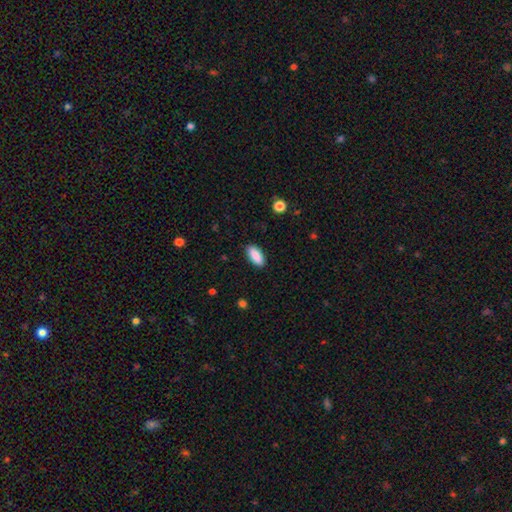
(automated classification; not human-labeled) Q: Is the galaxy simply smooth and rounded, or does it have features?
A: smooth — 89%.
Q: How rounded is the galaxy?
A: in between — 88%.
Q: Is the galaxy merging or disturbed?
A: none — 89%.